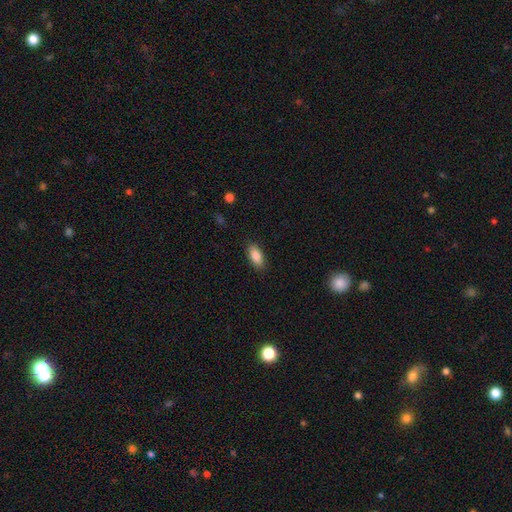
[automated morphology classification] Q: Smooth or featured?
A: smooth (88%); runner-up: star or artifact (7%)
Q: How rounded?
A: in between (86%); runner-up: cigar-shaped (11%)
Q: Merging?
A: none (88%); runner-up: minor disturbance (9%)